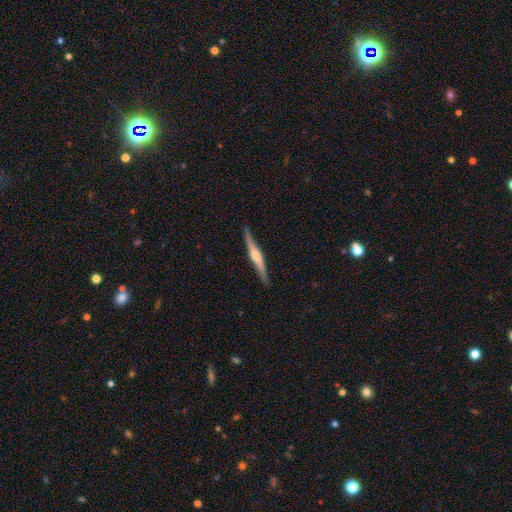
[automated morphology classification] A featured or disk galaxy (66%) viewed edge-on (94%) with a rounded central bulge (59%).

Vote fractions:
- Smooth or featured? featured or disk: 66% / smooth: 29% / star or artifact: 5%
- Edge-on disk? yes: 94% / no: 6%
- Edge-on bulge? rounded: 59% / boxy: 25% / none: 16%
- Merging? none: 83% / minor disturbance: 13% / major disturbance: 2% / merger: 1%